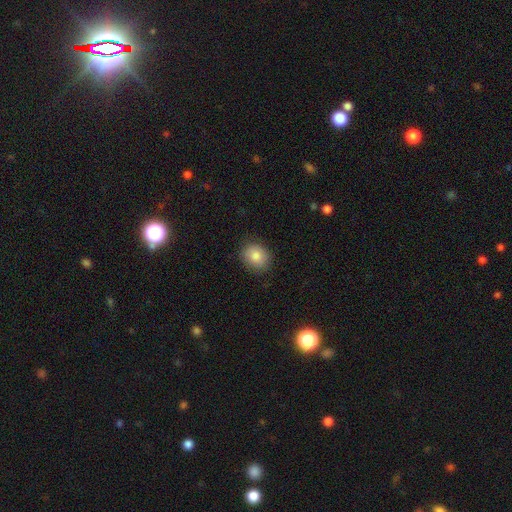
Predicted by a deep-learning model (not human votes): This appears to be a smooth galaxy with no disk features (84%) that is round (66%). Merging: none (84%).